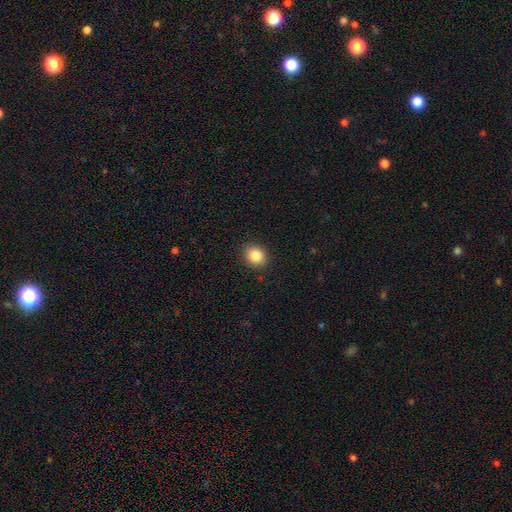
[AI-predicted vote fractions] Q: Smooth or featured?
A: smooth (85%); runner-up: star or artifact (10%)
Q: How rounded?
A: round (72%); runner-up: in between (27%)
Q: Merging?
A: none (90%); runner-up: minor disturbance (7%)